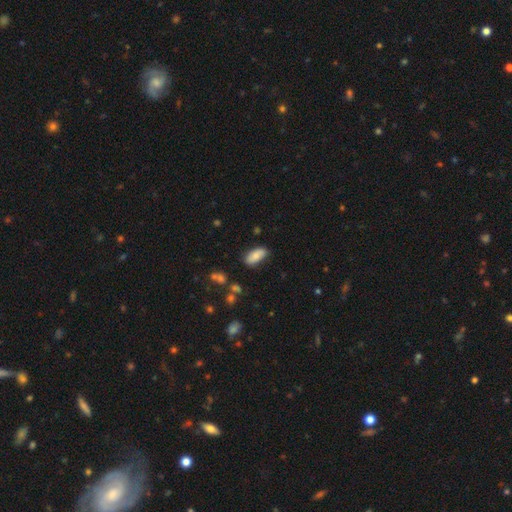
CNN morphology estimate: A smooth galaxy with no disk features (81%) that is in between round and cigar-shaped (89%). Merging: none (80%).